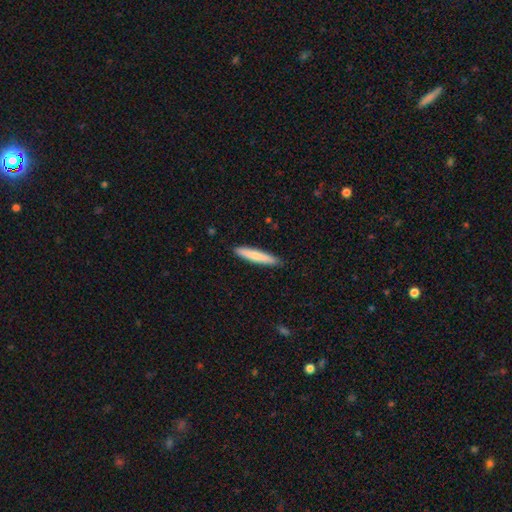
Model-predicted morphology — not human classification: Smooth or featured: smooth — 73% (featured or disk — 22%)
How rounded: cigar-shaped — 91% (in between — 7%)
Merging: none — 89% (minor disturbance — 8%)